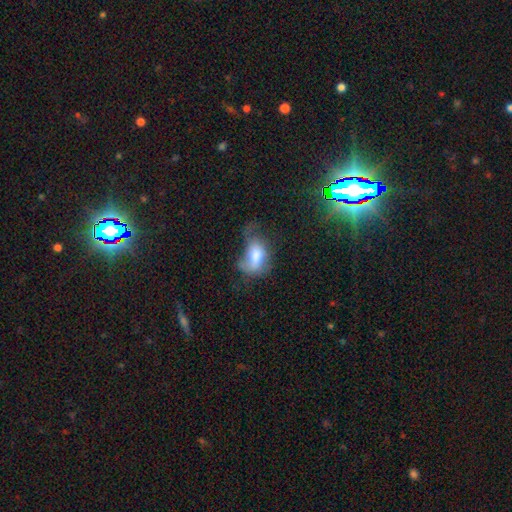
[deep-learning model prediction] smooth-or-featured: smooth: 63% | featured or disk: 26% | star or artifact: 10%
  how-rounded: in between: 83% | round: 14% | cigar-shaped: 3%
  merging: major disturbance: 44% | minor disturbance: 26% | none: 22% | merger: 7%